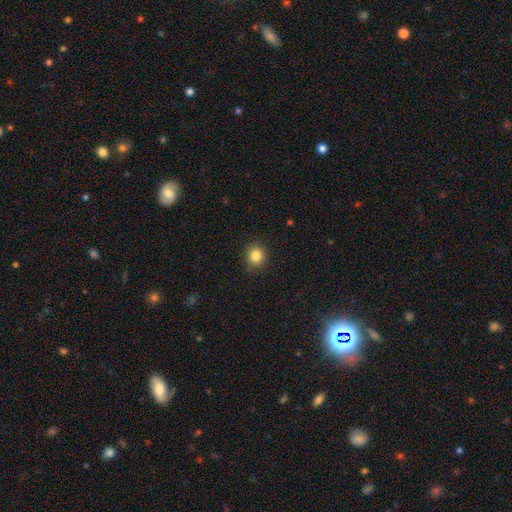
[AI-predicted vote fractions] Q: Smooth or featured?
A: smooth (84%); runner-up: star or artifact (11%)
Q: How rounded?
A: round (82%); runner-up: in between (17%)
Q: Merging?
A: none (89%); runner-up: minor disturbance (8%)